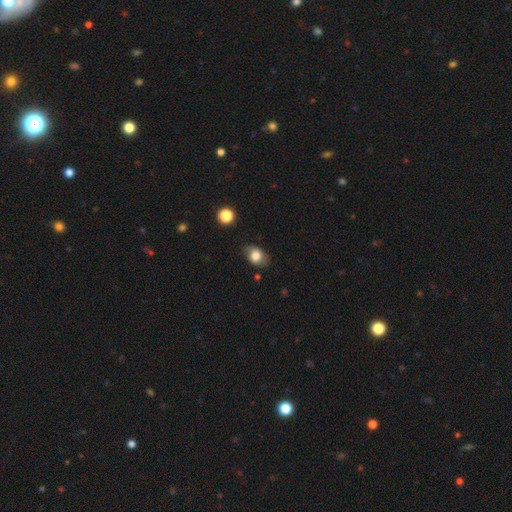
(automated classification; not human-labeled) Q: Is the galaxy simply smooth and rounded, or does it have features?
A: smooth — 77%.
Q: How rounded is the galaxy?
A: in between — 68%.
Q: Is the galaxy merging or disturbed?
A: none — 71%.